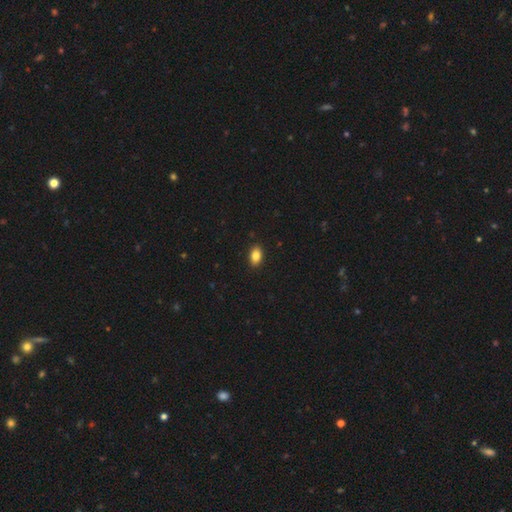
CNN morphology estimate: Q: Smooth or featured?
A: smooth (86%); runner-up: star or artifact (9%)
Q: How rounded?
A: in between (88%); runner-up: round (10%)
Q: Merging?
A: none (90%); runner-up: minor disturbance (7%)